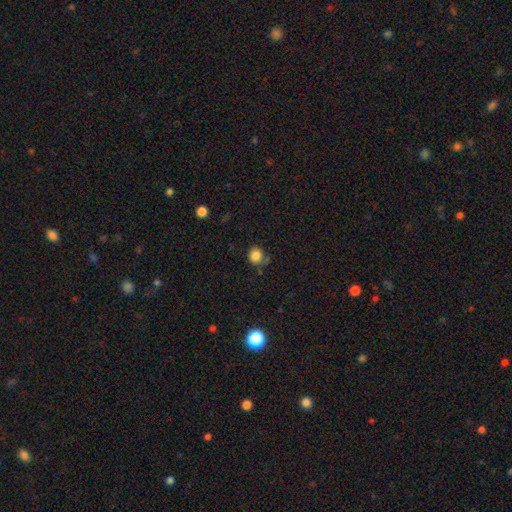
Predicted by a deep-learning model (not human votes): smooth_or_featured: smooth (p=0.83) [alt: star or artifact p=0.11]
how_rounded: round (p=0.79) [alt: in between p=0.20]
merging: none (p=0.68) [alt: minor disturbance p=0.21]